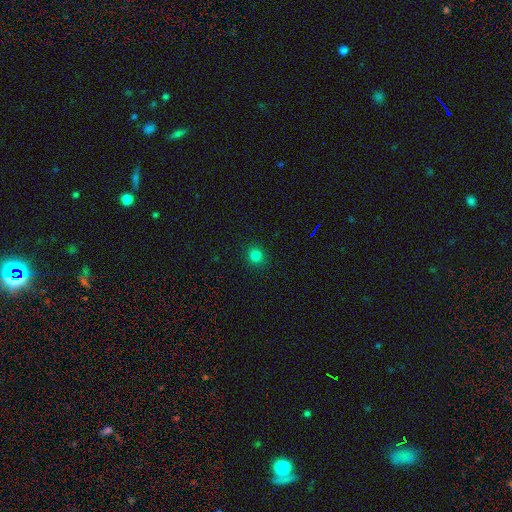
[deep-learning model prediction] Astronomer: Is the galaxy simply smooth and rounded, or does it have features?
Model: smooth — 81%.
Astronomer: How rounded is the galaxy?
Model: round — 88%.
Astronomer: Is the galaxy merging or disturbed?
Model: none — 91%.